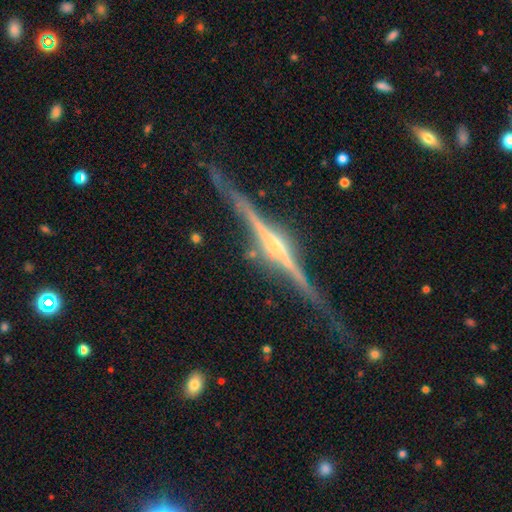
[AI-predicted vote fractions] Smooth or featured: featured or disk — 89% (star or artifact — 5%)
Edge-on disk: yes — 98% (no — 2%)
Edge-on bulge: rounded — 75% (boxy — 14%)
Merging: none — 82% (minor disturbance — 13%)